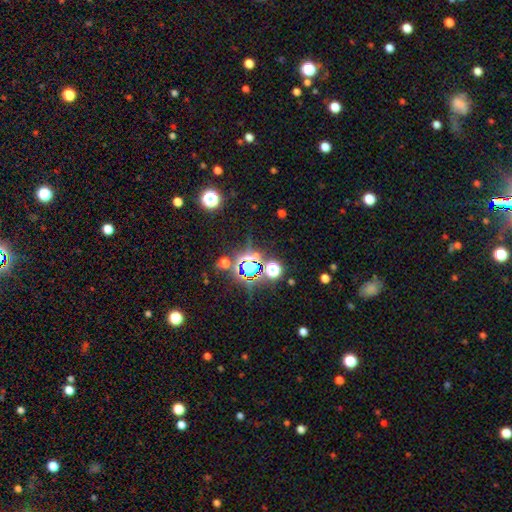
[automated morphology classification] A star or artifact, not a galaxy (79%).

Vote fractions:
- Smooth or featured? star or artifact: 79% / smooth: 13% / featured or disk: 7%